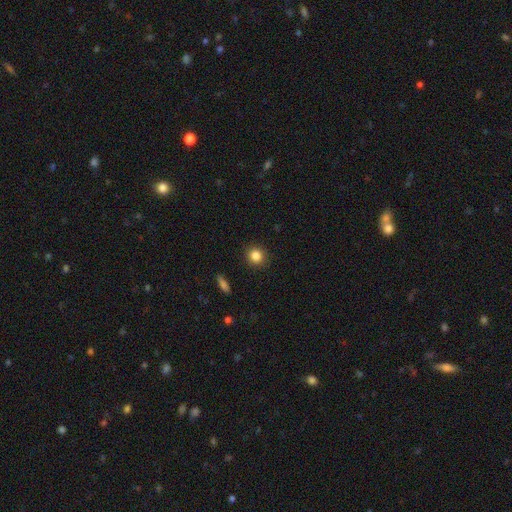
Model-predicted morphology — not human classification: smooth 85%, star or artifact 10%, featured or disk 5%. Down the decision tree: how rounded — round (87%); merging — none (90%).